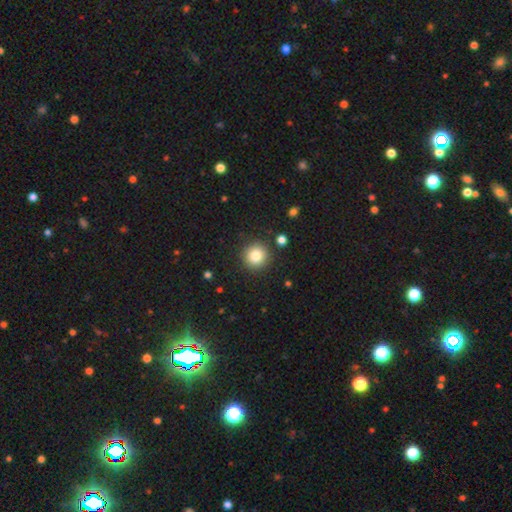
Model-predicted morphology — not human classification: smooth-or-featured: smooth: 83% | star or artifact: 11% | featured or disk: 7%
  how-rounded: round: 94% | in between: 5% | cigar-shaped: 1%
  merging: none: 89% | minor disturbance: 6% | major disturbance: 2% | merger: 2%